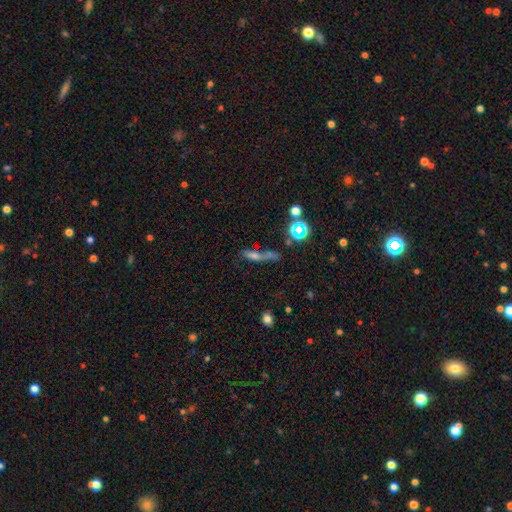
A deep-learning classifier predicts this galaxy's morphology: Smooth or featured?
  - smooth: 46% *
  - star or artifact: 27%
  - featured or disk: 27%
Merging?
  - none: 49% *
  - minor disturbance: 18%
  - merger: 17%
  - major disturbance: 16%